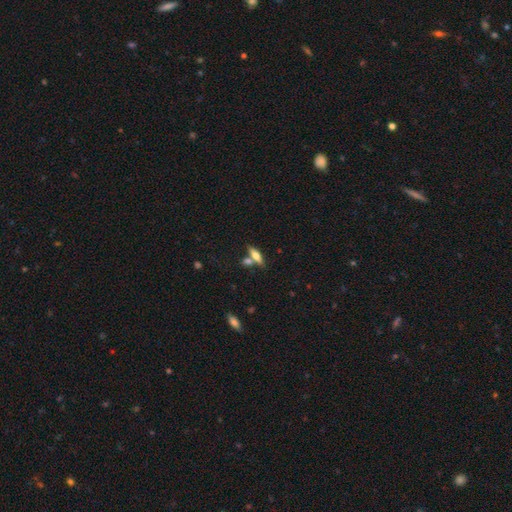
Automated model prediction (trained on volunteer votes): A smooth galaxy with no disk features (51%) that is cigar-shaped (52%).

Vote fractions:
- Smooth or featured? smooth: 51% / featured or disk: 40% / star or artifact: 8%
- How rounded? cigar-shaped: 52% / in between: 44% / round: 4%
- Merging? none: 58% / merger: 27% / minor disturbance: 11% / major disturbance: 4%